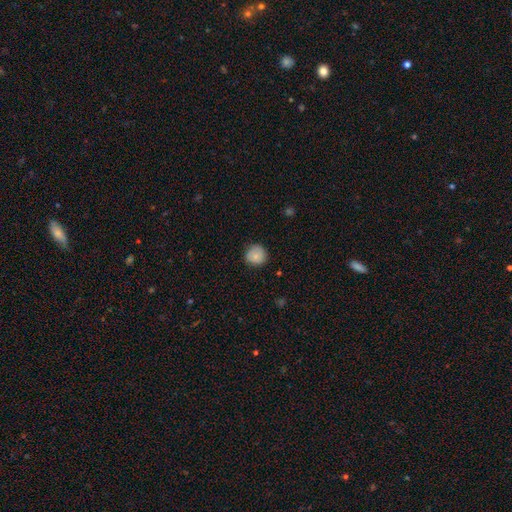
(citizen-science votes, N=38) Smooth or featured? 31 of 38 (82%) said smooth. How rounded? 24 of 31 (77%) said round. Merging? 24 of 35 (69%) said none.